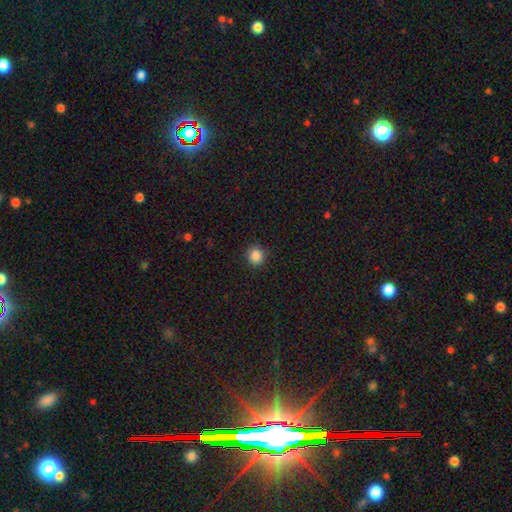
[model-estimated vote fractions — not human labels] Q: Smooth or featured?
A: smooth (86%); runner-up: star or artifact (10%)
Q: How rounded?
A: round (93%); runner-up: in between (6%)
Q: Merging?
A: none (91%); runner-up: minor disturbance (6%)